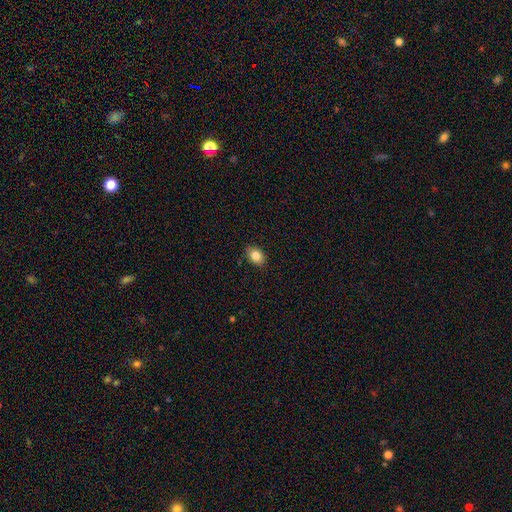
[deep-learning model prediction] Morphology: type=smooth (84%); roundness=in between (75%); merging=none (87%).